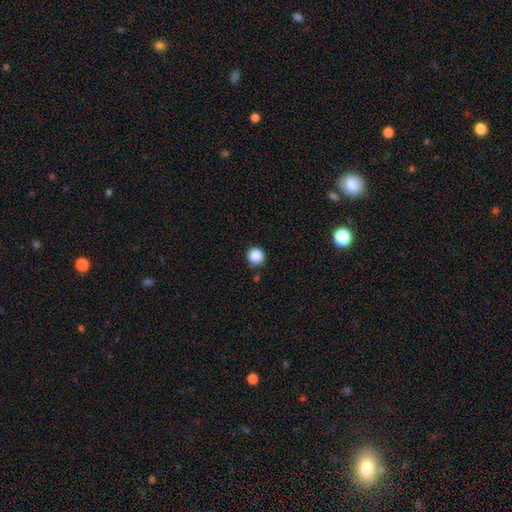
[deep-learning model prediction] smooth-or-featured: smooth: 87% | star or artifact: 10% | featured or disk: 3%
  how-rounded: round: 96% | in between: 3% | cigar-shaped: 1%
  merging: none: 88% | minor disturbance: 8% | merger: 2% | major disturbance: 2%